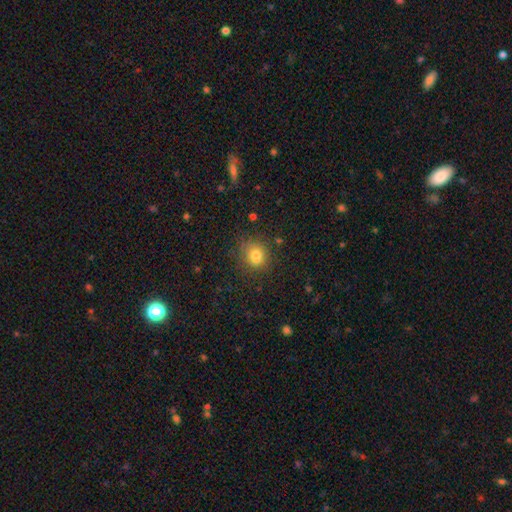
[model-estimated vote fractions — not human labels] Smooth or featured? Predicted: smooth (p=0.77). How rounded? Predicted: round (p=0.75). Merging? Predicted: none (p=0.68).